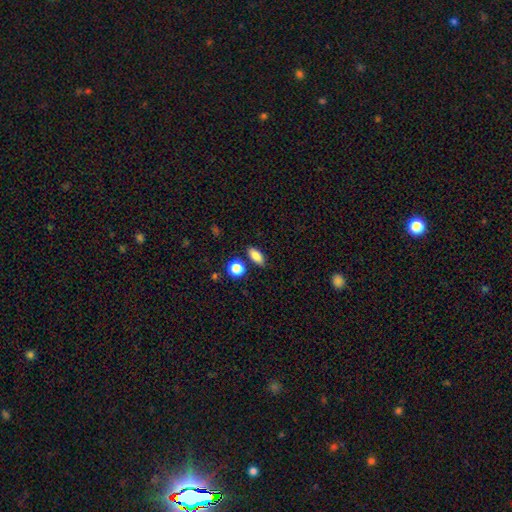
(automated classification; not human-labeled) This is clearly a smooth galaxy (84%). How rounded: clearly in between (82%). Merging: clearly none (83%).